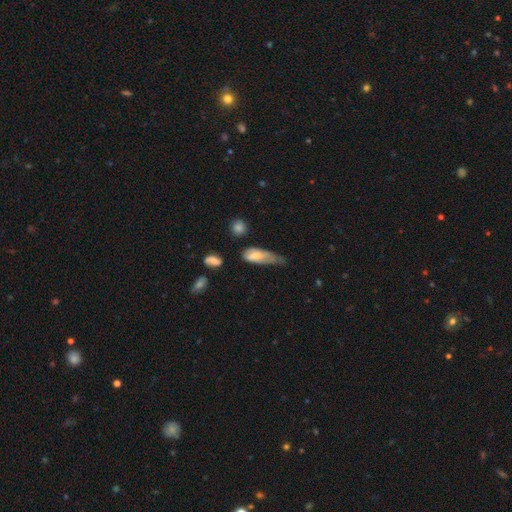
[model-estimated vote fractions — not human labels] The model was most divided on "merging": minor disturbance: 44%, major disturbance: 32%, none: 20%, merger: 4%. More confident: smooth or featured — smooth (71%); how rounded — in between (66%).